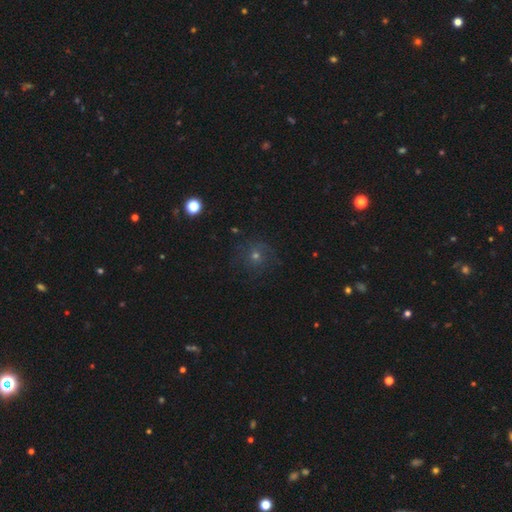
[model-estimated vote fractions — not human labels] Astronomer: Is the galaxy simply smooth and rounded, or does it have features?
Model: smooth — 43% (runner-up: star or artifact, 36%).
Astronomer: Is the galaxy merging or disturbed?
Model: none — 80%.